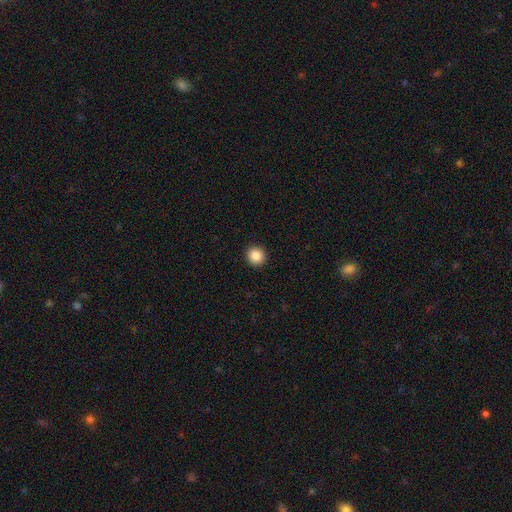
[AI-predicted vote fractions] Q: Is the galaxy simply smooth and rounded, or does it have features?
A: smooth — 87%.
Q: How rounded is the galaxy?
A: round — 94%.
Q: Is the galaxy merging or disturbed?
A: none — 93%.